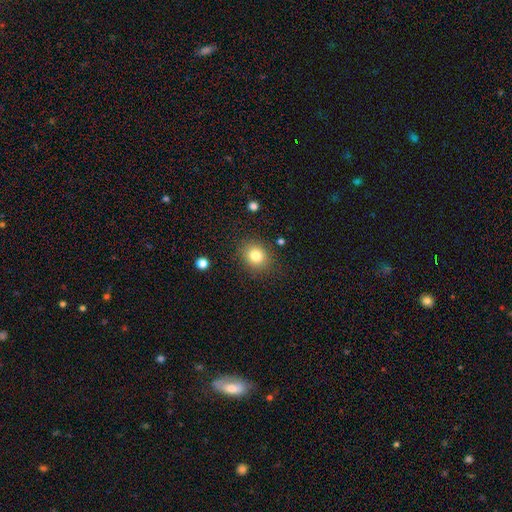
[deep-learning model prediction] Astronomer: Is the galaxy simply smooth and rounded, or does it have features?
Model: smooth — 81%.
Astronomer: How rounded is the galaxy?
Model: round — 70%.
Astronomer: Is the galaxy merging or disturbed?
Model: none — 86%.